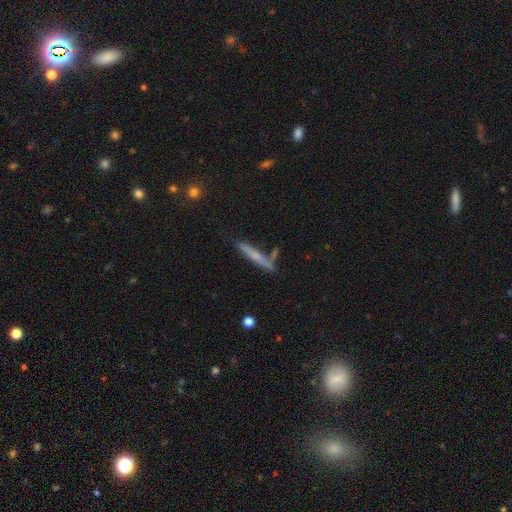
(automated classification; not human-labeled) Smooth or featured? Predicted: smooth (p=0.55). How rounded? Predicted: cigar-shaped (p=0.94). Merging? Predicted: none (p=0.76).